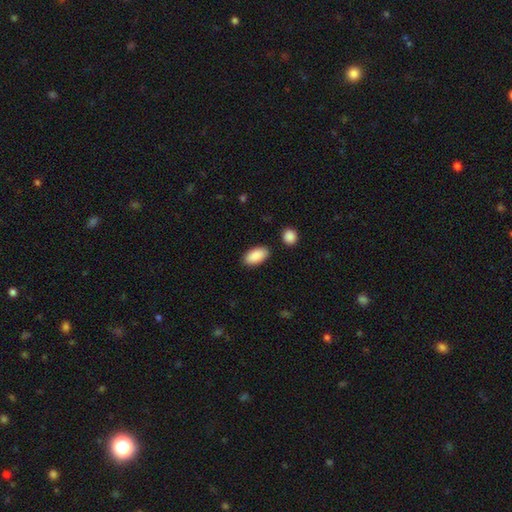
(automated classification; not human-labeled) smooth-or-featured: smooth: 90% | star or artifact: 6% | featured or disk: 4%
  how-rounded: in between: 94% | cigar-shaped: 3% | round: 2%
  merging: none: 85% | minor disturbance: 9% | merger: 3% | major disturbance: 2%